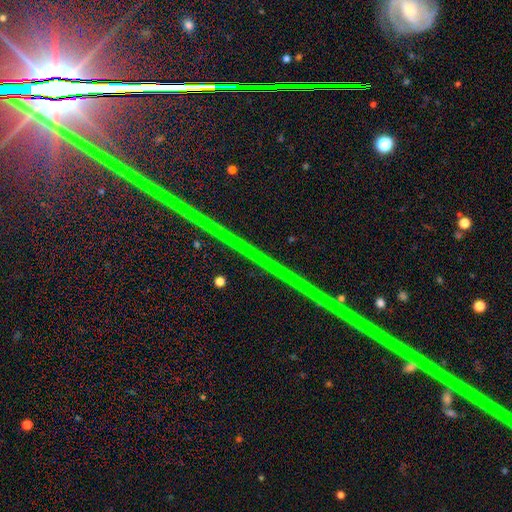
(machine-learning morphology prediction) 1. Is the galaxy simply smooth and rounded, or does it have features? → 88% star or artifact, 8% featured or disk, 5% smooth.